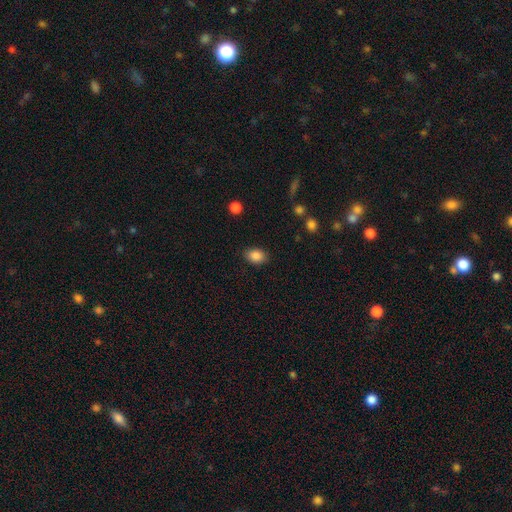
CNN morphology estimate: Smooth or featured? Predicted: smooth (p=0.87). How rounded? Predicted: in between (p=0.74). Merging? Predicted: none (p=0.85).